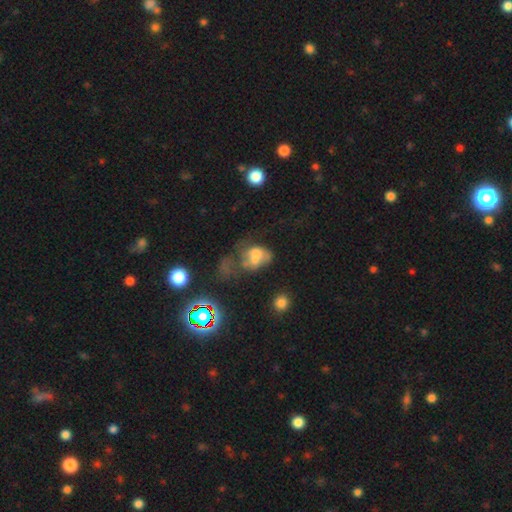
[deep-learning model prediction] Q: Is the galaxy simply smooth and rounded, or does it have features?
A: smooth — 48%.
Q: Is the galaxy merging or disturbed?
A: major disturbance — 40%.